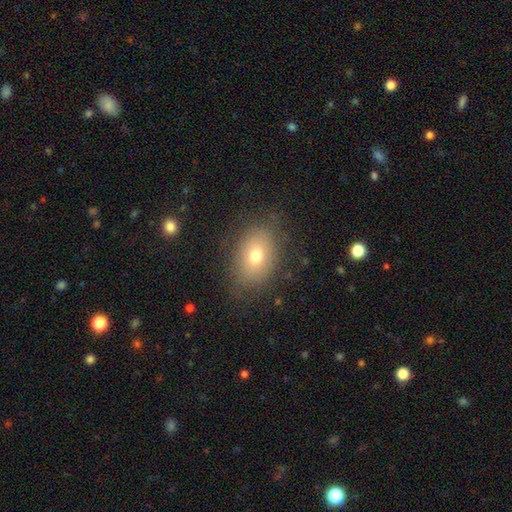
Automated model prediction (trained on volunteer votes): This appears to be a smooth galaxy with no disk features (71%) that is in between round and cigar-shaped (80%). Merging: none (79%).